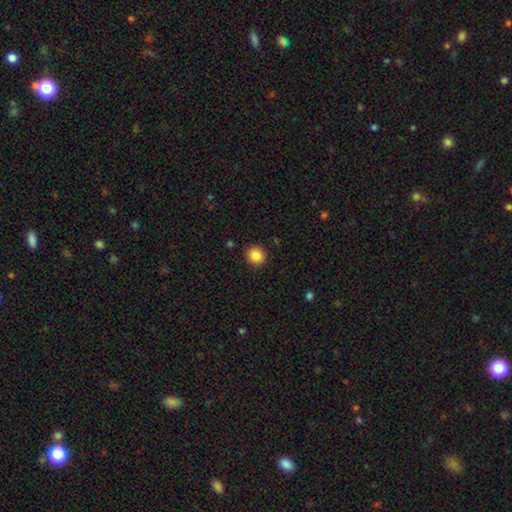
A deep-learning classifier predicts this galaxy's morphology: This appears to be a smooth galaxy with no disk features (87%) that is round (89%). Merging: none (91%).